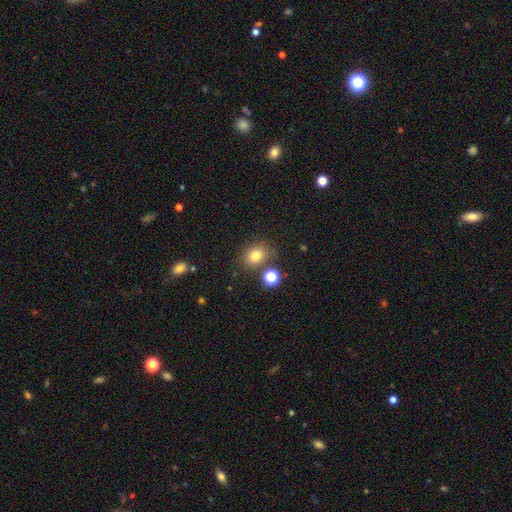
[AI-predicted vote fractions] Q: Smooth or featured?
A: smooth (79%); runner-up: star or artifact (13%)
Q: How rounded?
A: round (53%); runner-up: in between (46%)
Q: Merging?
A: none (75%); runner-up: minor disturbance (12%)